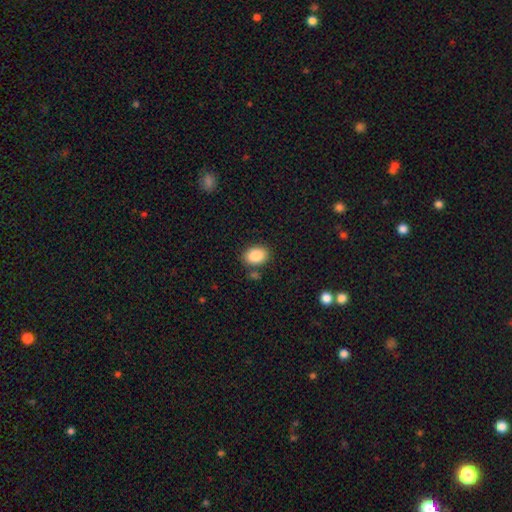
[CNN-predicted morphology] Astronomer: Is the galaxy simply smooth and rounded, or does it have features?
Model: smooth — 88%.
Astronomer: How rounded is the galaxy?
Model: in between — 74%.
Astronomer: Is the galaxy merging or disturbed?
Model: none — 80%.